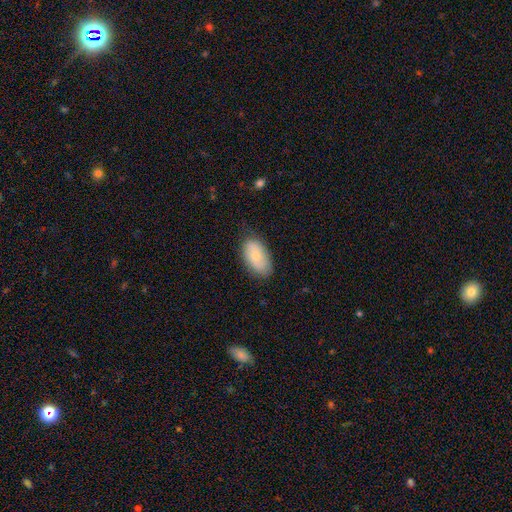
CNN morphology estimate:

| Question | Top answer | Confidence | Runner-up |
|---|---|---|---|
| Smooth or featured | smooth | 71% | featured or disk (22%) |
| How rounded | in between | 94% | round (4%) |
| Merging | none | 76% | minor disturbance (19%) |